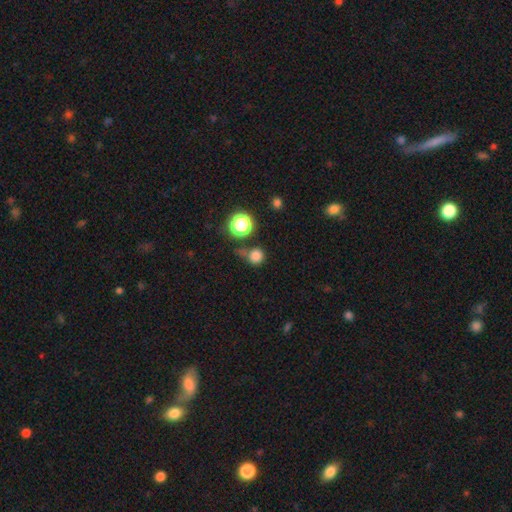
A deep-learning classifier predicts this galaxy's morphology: A smooth galaxy with no disk features (79%) that is round (90%). Merging: none (62%).